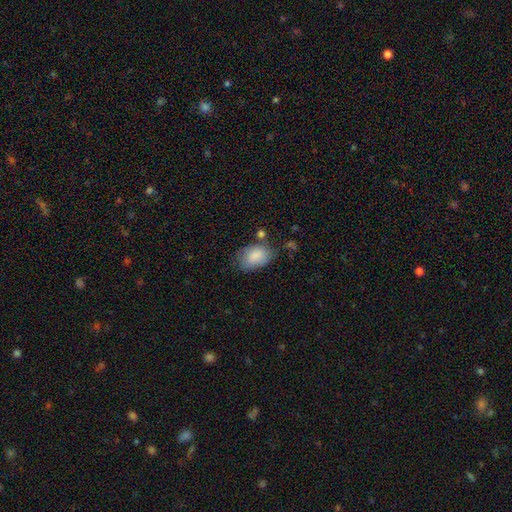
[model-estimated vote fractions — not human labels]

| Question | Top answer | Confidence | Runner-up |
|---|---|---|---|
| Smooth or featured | smooth | 85% | featured or disk (8%) |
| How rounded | in between | 84% | round (14%) |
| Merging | none | 57% | minor disturbance (27%) |